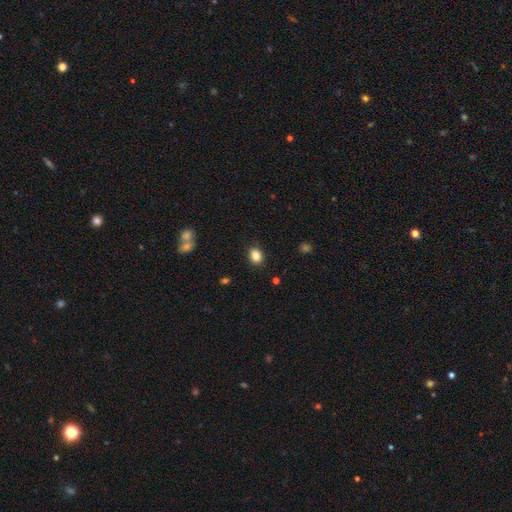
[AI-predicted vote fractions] Q: Smooth or featured?
A: smooth (84%); runner-up: star or artifact (10%)
Q: How rounded?
A: in between (57%); runner-up: round (42%)
Q: Merging?
A: none (88%); runner-up: minor disturbance (9%)